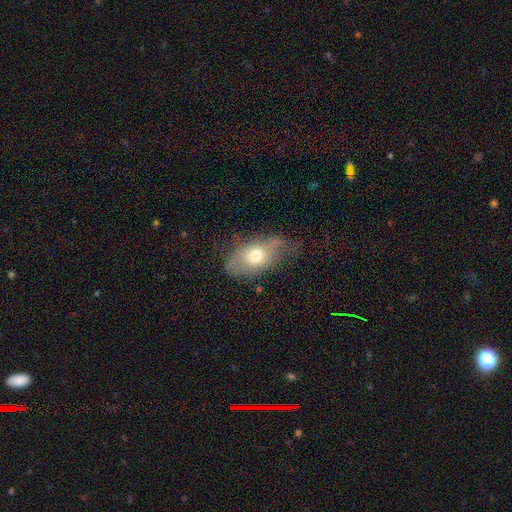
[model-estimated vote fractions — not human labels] The model was most divided on "merging": none: 50%, minor disturbance: 35%, major disturbance: 13%, merger: 2%. More confident: how rounded — in between (88%); smooth or featured — smooth (64%).